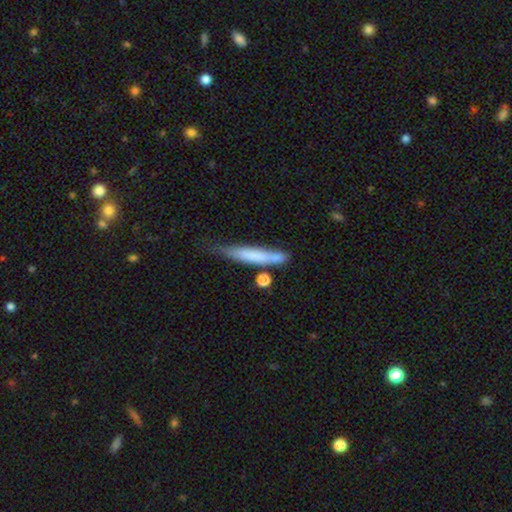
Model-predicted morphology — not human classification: A smooth galaxy with no disk features (69%) that is cigar-shaped (91%).

Vote fractions:
- Smooth or featured? smooth: 69% / featured or disk: 25% / star or artifact: 7%
- How rounded? cigar-shaped: 91% / in between: 8% / round: 2%
- Merging? none: 54% / minor disturbance: 27% / merger: 11% / major disturbance: 8%